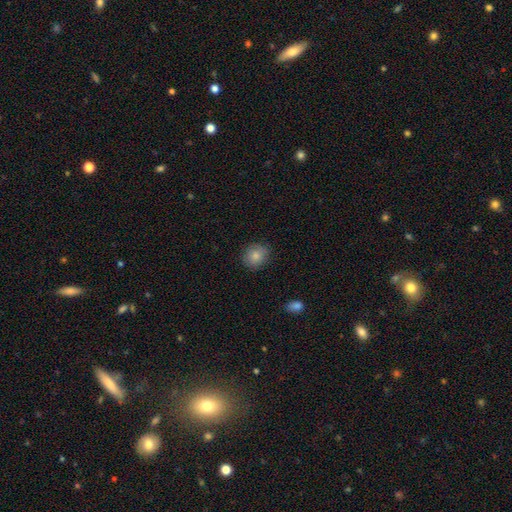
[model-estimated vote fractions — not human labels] Morphology: type=smooth (84%); roundness=round (75%); merging=none (85%).